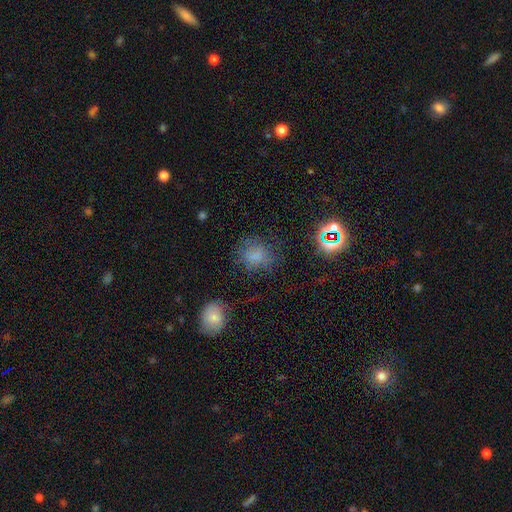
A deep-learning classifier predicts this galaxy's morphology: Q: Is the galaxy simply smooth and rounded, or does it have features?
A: smooth — 68%.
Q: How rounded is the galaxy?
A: round — 71%.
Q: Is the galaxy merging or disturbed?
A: none — 70%.